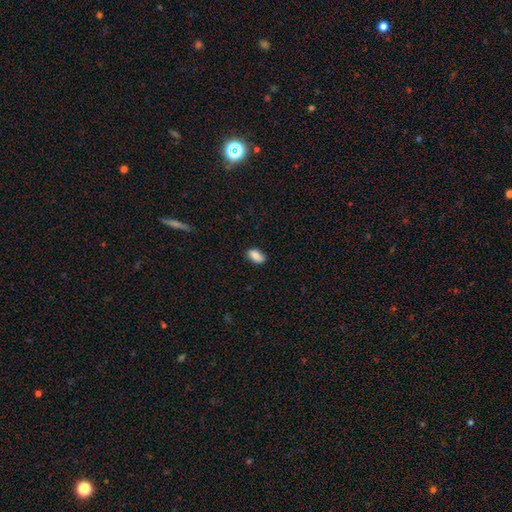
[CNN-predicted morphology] The model was most divided on "merging": none: 85%, minor disturbance: 12%, major disturbance: 2%, merger: 1%. More confident: how rounded — in between (92%); smooth or featured — smooth (86%).